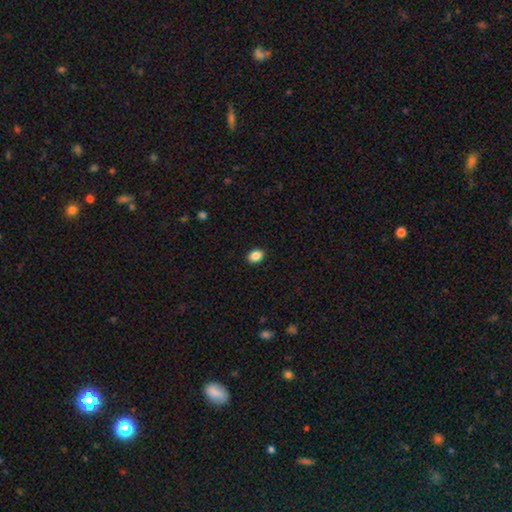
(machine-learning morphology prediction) Q: Smooth or featured?
A: smooth (87%); runner-up: star or artifact (9%)
Q: How rounded?
A: in between (69%); runner-up: round (30%)
Q: Merging?
A: none (90%); runner-up: minor disturbance (7%)